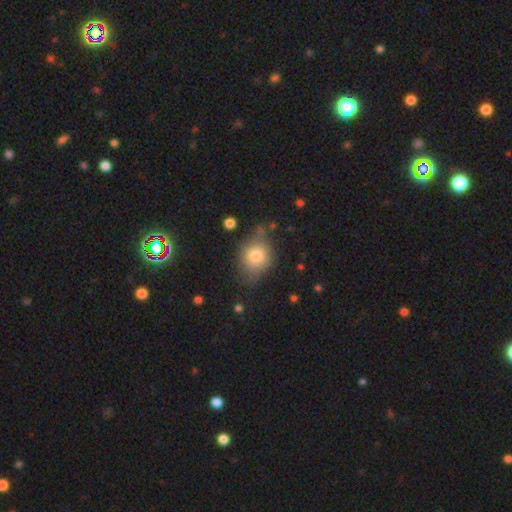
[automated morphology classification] Smooth or featured? Predicted: smooth (p=0.77). How rounded? Predicted: round (p=0.57). Merging? Predicted: none (p=0.65).